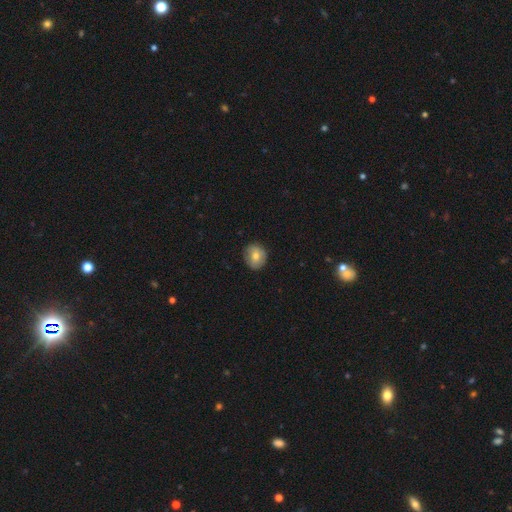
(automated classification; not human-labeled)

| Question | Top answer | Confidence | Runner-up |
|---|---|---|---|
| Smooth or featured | smooth | 72% | featured or disk (20%) |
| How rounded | round | 80% | in between (19%) |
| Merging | none | 84% | minor disturbance (12%) |